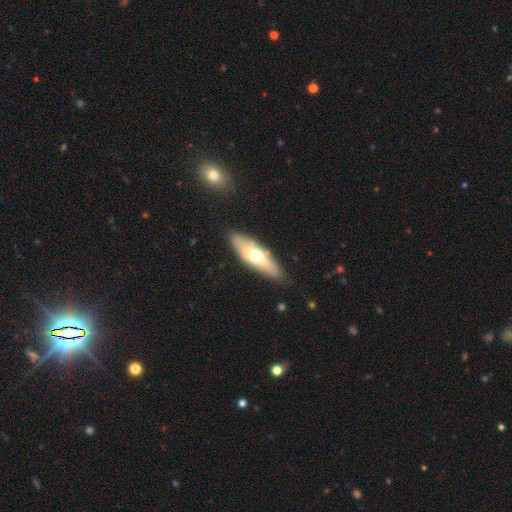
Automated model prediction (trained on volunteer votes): A smooth galaxy with no disk features (55%) that is in between round and cigar-shaped (50%). Merging: none (84%).